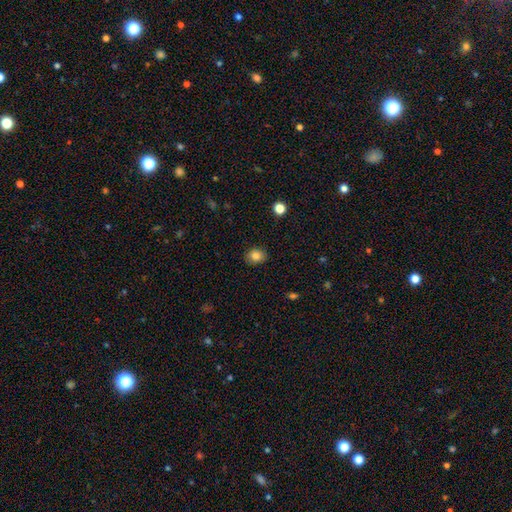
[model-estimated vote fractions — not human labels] The model was most divided on "how rounded": round: 56%, in between: 43%, cigar-shaped: 1%. More confident: merging — none (87%); smooth or featured — smooth (84%).